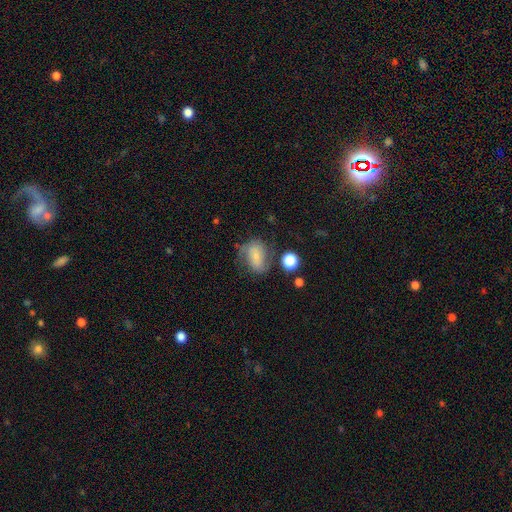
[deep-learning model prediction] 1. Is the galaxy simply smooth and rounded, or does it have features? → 54% smooth, 36% featured or disk, 11% star or artifact.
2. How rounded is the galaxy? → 72% in between, 26% round, 2% cigar-shaped.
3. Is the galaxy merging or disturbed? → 52% none, 25% minor disturbance, 16% major disturbance, 7% merger.